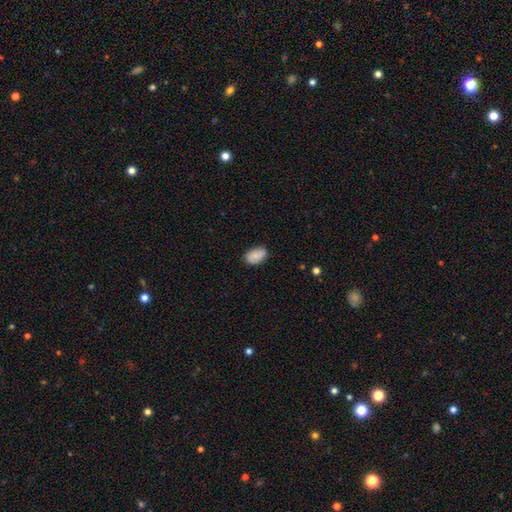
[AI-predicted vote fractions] This appears to be a smooth galaxy with no disk features (81%) that is in between round and cigar-shaped (90%). Merging: none (80%).